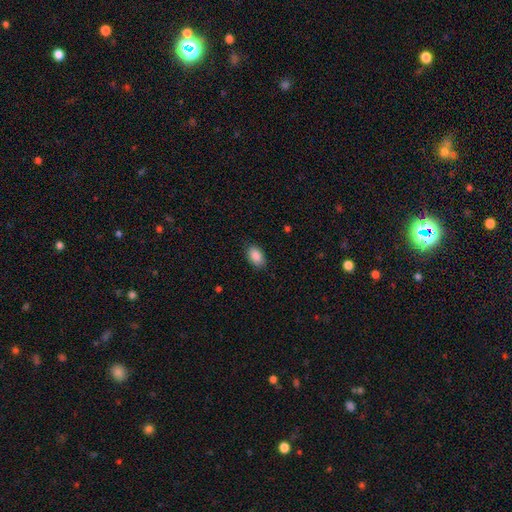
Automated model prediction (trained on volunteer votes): Smooth or featured?
  - smooth: 90% *
  - star or artifact: 7%
  - featured or disk: 3%
How rounded?
  - in between: 93% *
  - round: 6%
  - cigar-shaped: 2%
Merging?
  - none: 85% *
  - minor disturbance: 12%
  - major disturbance: 3%
  - merger: 1%